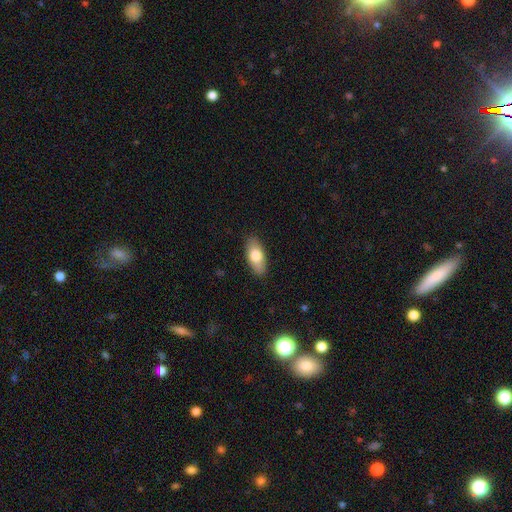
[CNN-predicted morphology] smooth_or_featured: smooth (p=0.77) [alt: featured or disk p=0.17]
how_rounded: in between (p=0.87) [alt: cigar-shaped p=0.10]
merging: none (p=0.87) [alt: minor disturbance p=0.10]